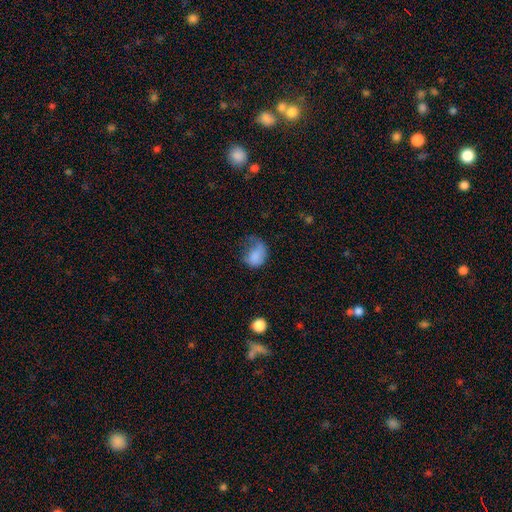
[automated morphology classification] type=smooth (73%); roundness=in between (69%); merging=major disturbance (46%).